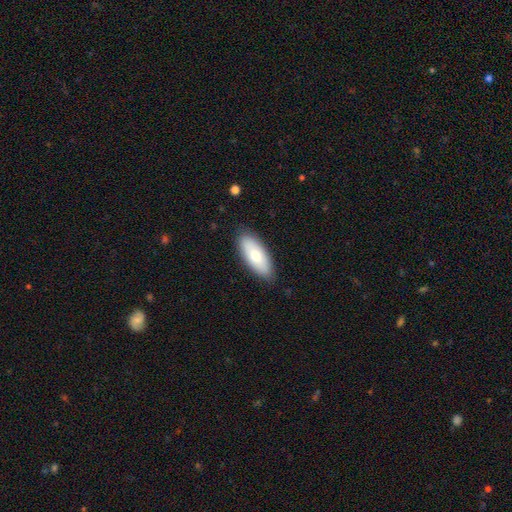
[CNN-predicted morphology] type=smooth (69%); roundness=in between (84%); merging=none (86%).